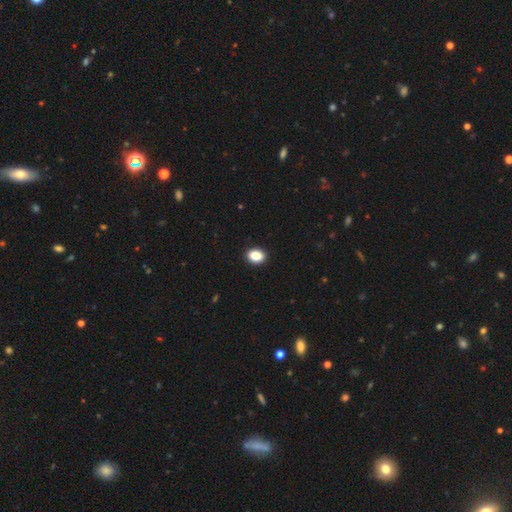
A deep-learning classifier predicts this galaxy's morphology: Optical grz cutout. It shows a smooth galaxy with no disk features (88%) that is in between round and cigar-shaped (62%). Merging: none (92%).